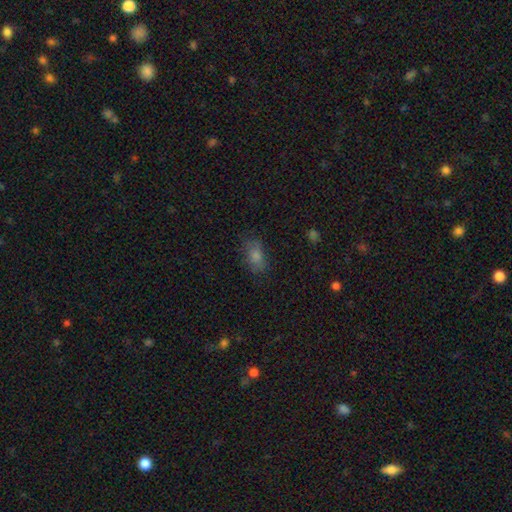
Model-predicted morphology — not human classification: smooth 68%, star or artifact 19%, featured or disk 13%. Down the decision tree: how rounded — in between (82%); merging — none (76%).